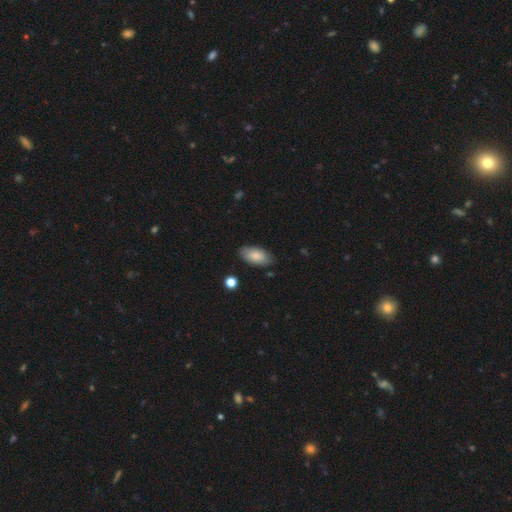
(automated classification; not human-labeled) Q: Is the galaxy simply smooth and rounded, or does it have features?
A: smooth — 81%.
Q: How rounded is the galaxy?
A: in between — 94%.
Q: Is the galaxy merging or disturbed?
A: none — 81%.